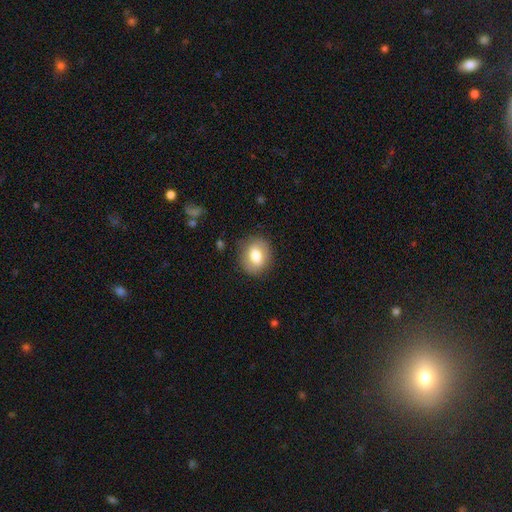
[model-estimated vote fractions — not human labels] smooth-or-featured: smooth: 75% | featured or disk: 17% | star or artifact: 8%
  how-rounded: round: 57% | in between: 42% | cigar-shaped: 1%
  merging: none: 85% | minor disturbance: 11% | major disturbance: 3% | merger: 1%